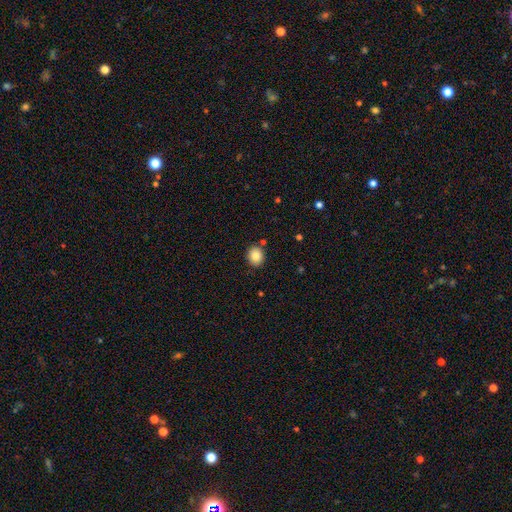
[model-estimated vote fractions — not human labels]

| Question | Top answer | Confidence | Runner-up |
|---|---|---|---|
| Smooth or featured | smooth | 86% | star or artifact (9%) |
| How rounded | round | 68% | in between (32%) |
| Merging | none | 85% | minor disturbance (9%) |